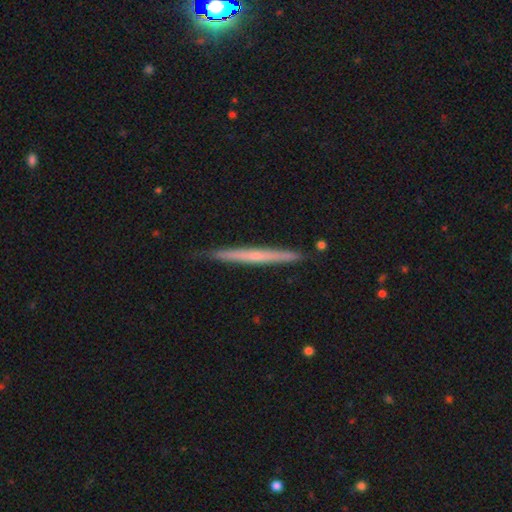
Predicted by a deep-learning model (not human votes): smooth-or-featured: featured or disk: 57% | smooth: 37% | star or artifact: 6%
  disk-edge-on: yes: 97% | no: 3%
    edge-on-bulge: none: 68% | rounded: 28% | boxy: 4%
  merging: none: 88% | minor disturbance: 9% | merger: 1% | major disturbance: 1%